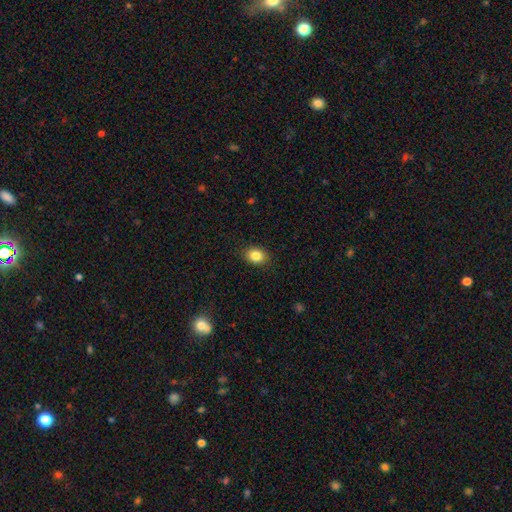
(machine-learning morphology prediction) A smooth galaxy with no disk features (85%) that is in between round and cigar-shaped (57%).

Vote fractions:
- Smooth or featured? smooth: 85% / star or artifact: 10% / featured or disk: 5%
- How rounded? in between: 57% / round: 42% / cigar-shaped: 1%
- Merging? none: 88% / minor disturbance: 9% / major disturbance: 2% / merger: 1%